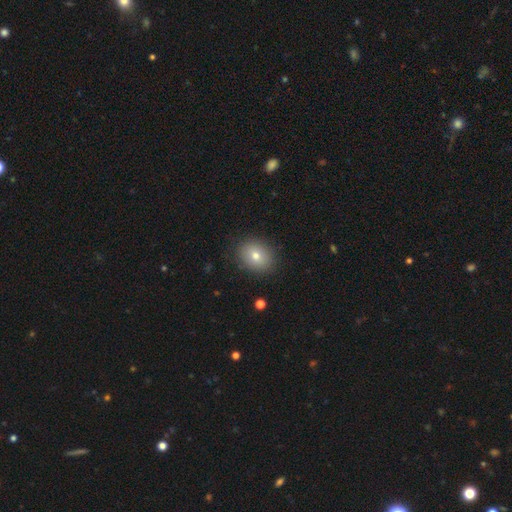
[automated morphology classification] The model was most divided on "how rounded": round: 52%, in between: 47%, cigar-shaped: 1%. More confident: merging — none (87%); smooth or featured — smooth (76%).